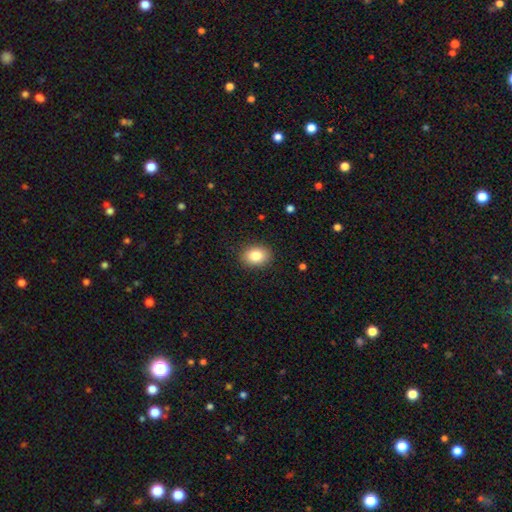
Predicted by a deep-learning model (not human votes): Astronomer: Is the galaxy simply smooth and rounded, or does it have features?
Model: smooth — 84%.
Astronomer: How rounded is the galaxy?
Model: in between — 62%.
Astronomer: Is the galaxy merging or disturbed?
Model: none — 89%.